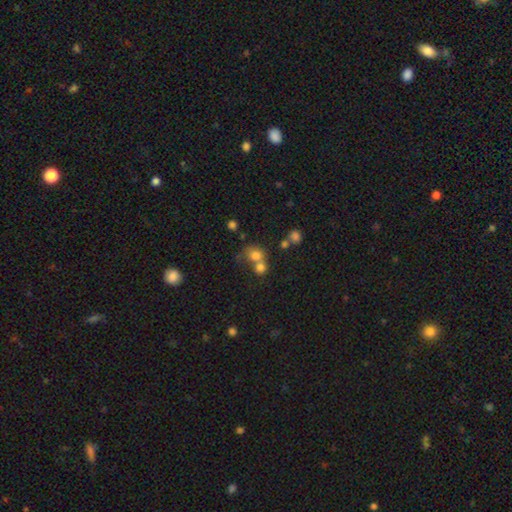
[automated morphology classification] smooth_or_featured: smooth (p=0.74) [alt: star or artifact p=0.14]
how_rounded: round (p=0.76) [alt: in between p=0.23]
merging: merger (p=0.49) [alt: none p=0.38]